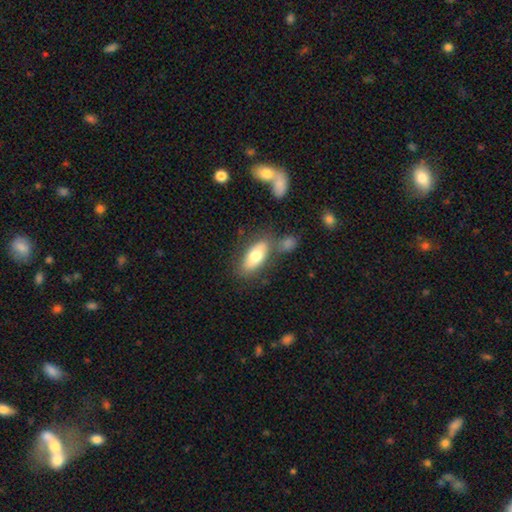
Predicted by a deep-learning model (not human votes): smooth_or_featured: smooth (p=0.71) [alt: featured or disk p=0.22]
how_rounded: in between (p=0.85) [alt: cigar-shaped p=0.12]
merging: none (p=0.66) [alt: minor disturbance p=0.15]